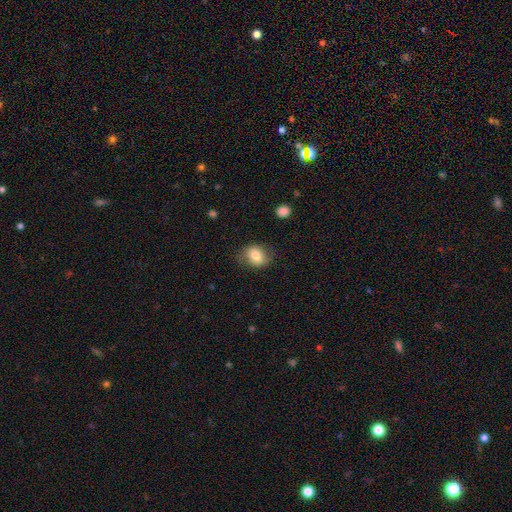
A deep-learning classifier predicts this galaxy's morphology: type=smooth (80%); roundness=in between (58%); merging=none (75%).